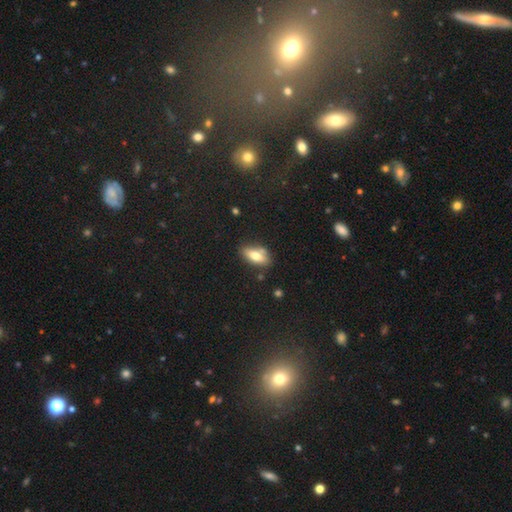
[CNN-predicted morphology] smooth_or_featured: smooth (p=0.66) [alt: featured or disk p=0.25]
how_rounded: in between (p=0.79) [alt: cigar-shaped p=0.17]
merging: none (p=0.70) [alt: minor disturbance p=0.17]